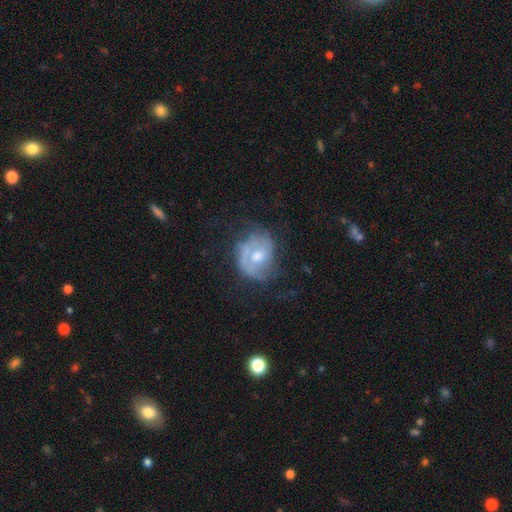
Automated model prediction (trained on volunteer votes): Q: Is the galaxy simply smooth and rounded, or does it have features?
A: featured or disk — 63%.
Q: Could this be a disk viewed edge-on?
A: no — 97%.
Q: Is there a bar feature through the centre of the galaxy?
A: no — 73%.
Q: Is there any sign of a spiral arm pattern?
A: yes — 62%.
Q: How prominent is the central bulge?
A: moderate — 69%.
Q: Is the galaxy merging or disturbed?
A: none — 48%.